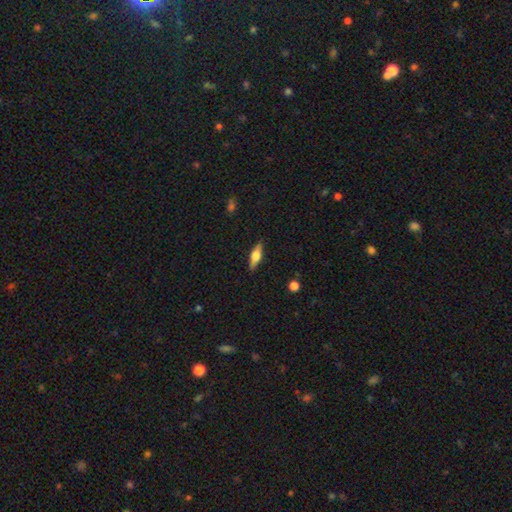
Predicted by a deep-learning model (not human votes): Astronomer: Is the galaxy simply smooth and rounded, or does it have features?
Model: featured or disk — 53% (runner-up: smooth, 41%).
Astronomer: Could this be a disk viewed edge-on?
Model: yes — 94%.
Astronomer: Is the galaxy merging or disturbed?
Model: none — 88%.